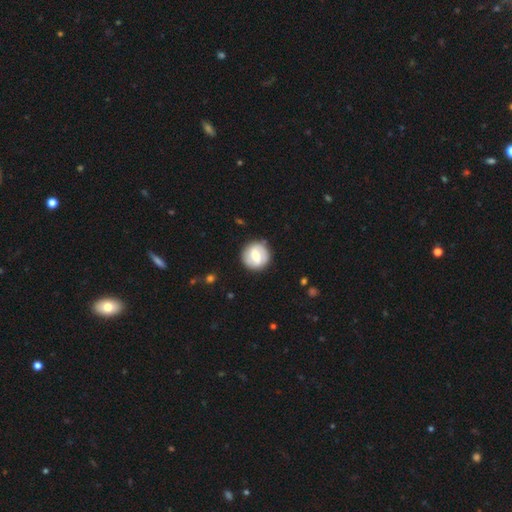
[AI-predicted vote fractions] Overall: smooth (48%; featured or disk 46%). Merging: none (86%).